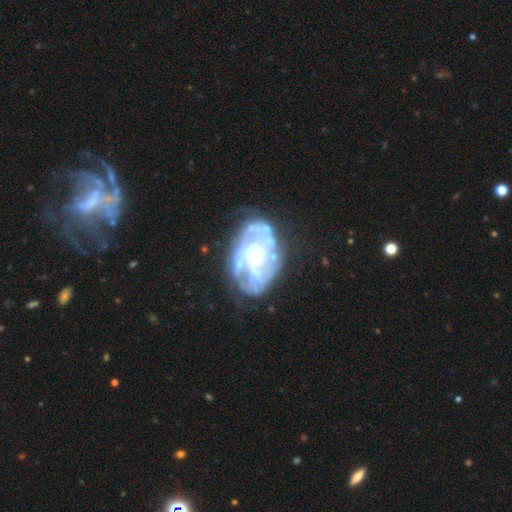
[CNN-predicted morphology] A featured or disk galaxy (83%) with no bar (71%), tight (51%) spiral arms (79%) and a small central bulge (54%). Merging: none (60%).